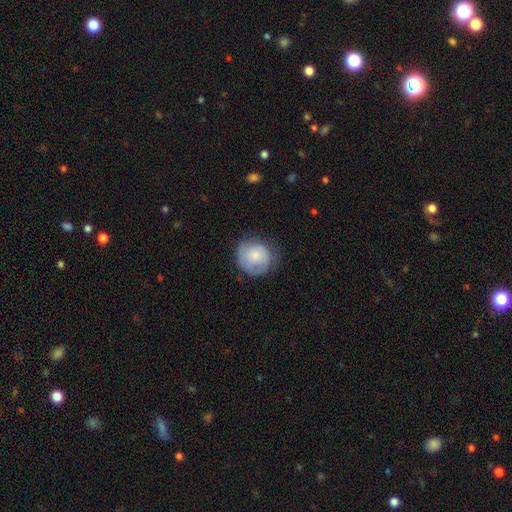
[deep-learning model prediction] A smooth galaxy with no disk features (70%) that is round (85%). Merging: none (63%).